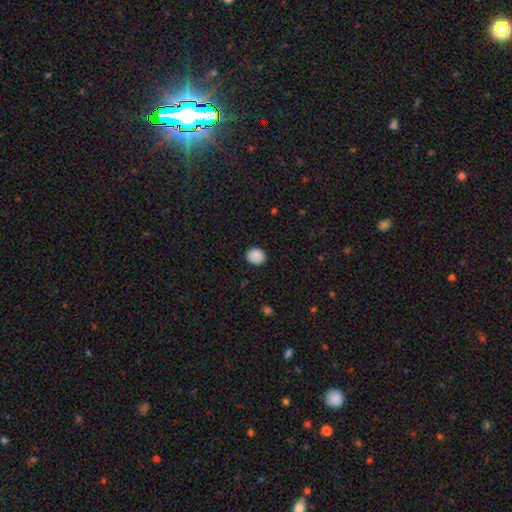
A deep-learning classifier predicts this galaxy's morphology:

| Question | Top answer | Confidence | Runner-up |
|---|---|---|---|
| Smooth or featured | smooth | 88% | star or artifact (8%) |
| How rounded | round | 66% | in between (33%) |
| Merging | none | 89% | minor disturbance (8%) |